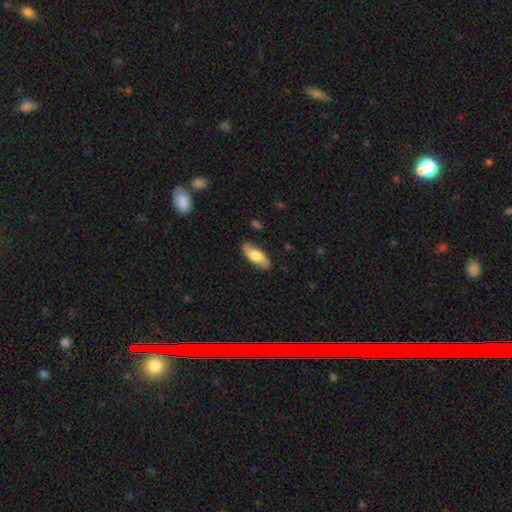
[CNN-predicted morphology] smooth-or-featured: smooth: 57% | featured or disk: 38% | star or artifact: 6%
  how-rounded: in between: 76% | cigar-shaped: 21% | round: 3%
  merging: none: 84% | minor disturbance: 12% | major disturbance: 2% | merger: 1%